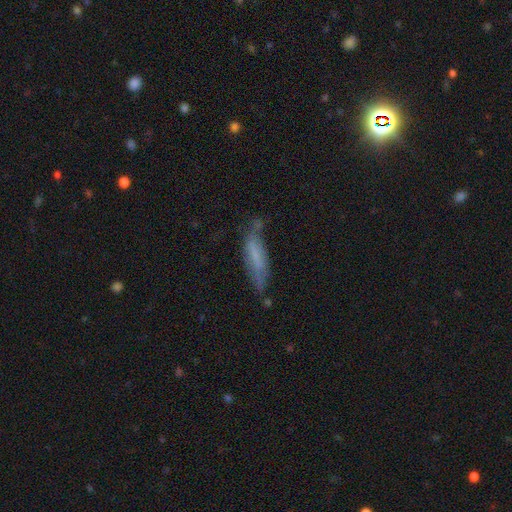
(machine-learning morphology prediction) smooth_or_featured: smooth (p=0.52) [alt: featured or disk p=0.38]
how_rounded: cigar-shaped (p=0.68) [alt: in between p=0.30]
merging: none (p=0.51) [alt: minor disturbance p=0.31]